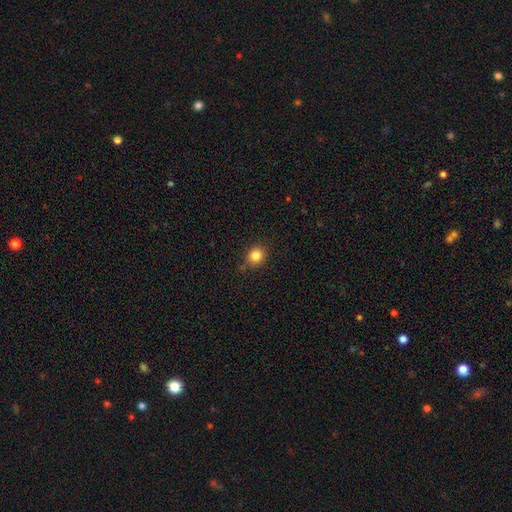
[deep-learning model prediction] smooth 83%, star or artifact 12%, featured or disk 5%. Down the decision tree: how rounded — round (82%); merging — none (82%).